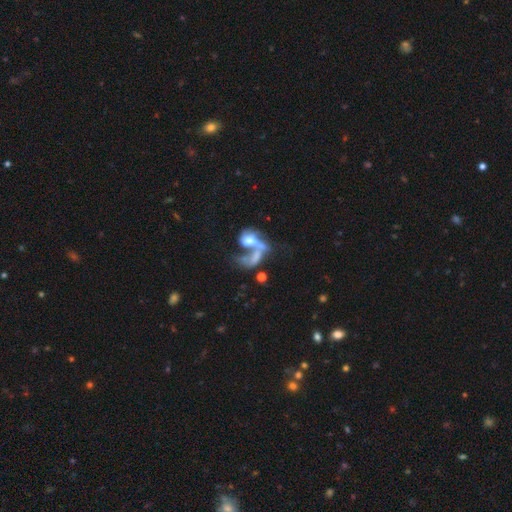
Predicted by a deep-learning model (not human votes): This is possibly a featured or disk galaxy (55%). It is clearly not viewed edge-on (95%). Bar: likely no (72%). Spiral arm pattern: possibly no (57%). Central bulge: marginally moderate (33%). Merging: likely merger (64%).